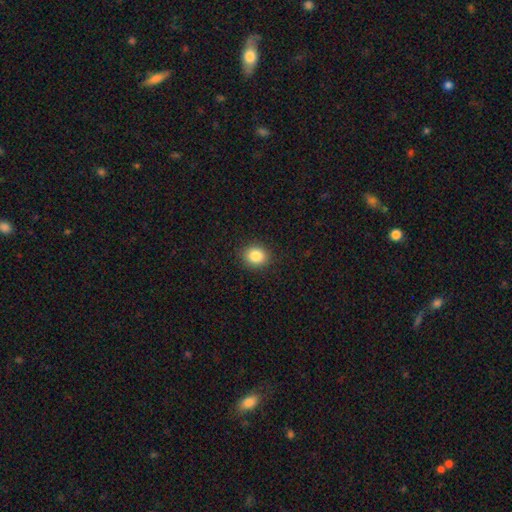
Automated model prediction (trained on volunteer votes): Smooth or featured? Predicted: smooth (p=0.85). How rounded? Predicted: round (p=0.71). Merging? Predicted: none (p=0.90).